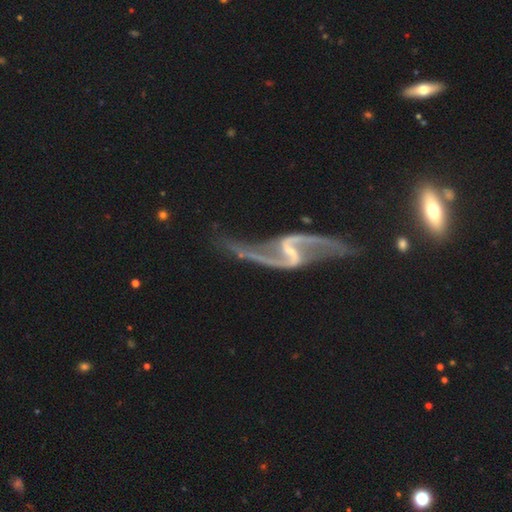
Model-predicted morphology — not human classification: A featured or disk galaxy (92%) with a strong bar (45%), 2 (94%) loose (84%) spiral arms (97%) and a small central bulge (65%). Merging: none (61%).